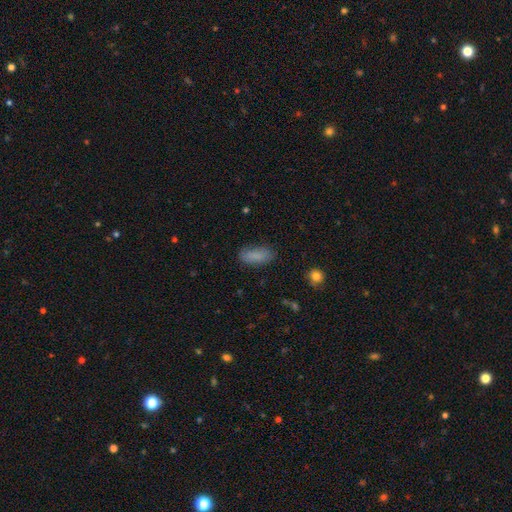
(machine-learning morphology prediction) smooth-or-featured: smooth: 86% | star or artifact: 8% | featured or disk: 7%
  how-rounded: in between: 79% | cigar-shaped: 19% | round: 2%
  merging: none: 81% | minor disturbance: 14% | major disturbance: 3% | merger: 1%